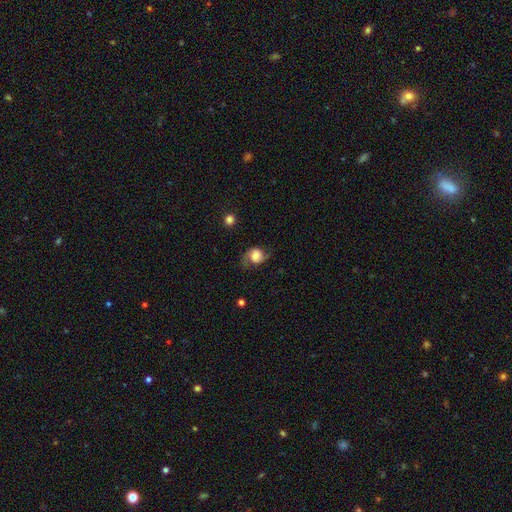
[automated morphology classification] Overall: featured or disk (47%; smooth 44%). Merging: none (59%; minor disturbance 25%).